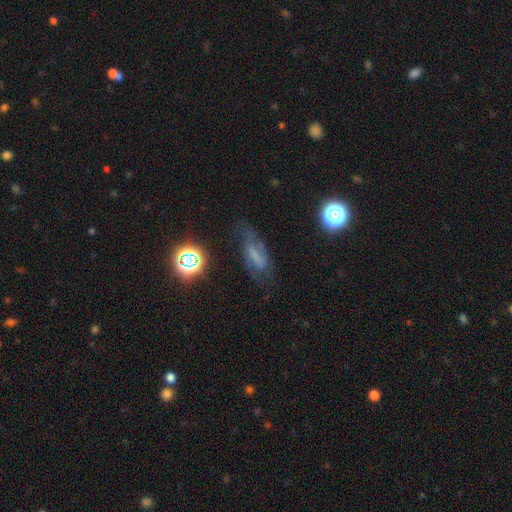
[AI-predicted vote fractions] smooth_or_featured: featured or disk (p=0.45) [alt: smooth p=0.37]
merging: none (p=0.59) [alt: minor disturbance p=0.24]